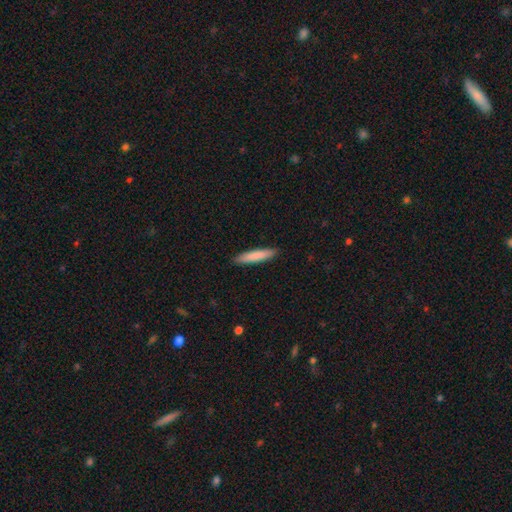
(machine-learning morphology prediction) Smooth or featured?
  - smooth: 83% *
  - featured or disk: 12%
  - star or artifact: 5%
How rounded?
  - cigar-shaped: 89% *
  - in between: 10%
  - round: 1%
Merging?
  - none: 91% *
  - minor disturbance: 7%
  - major disturbance: 1%
  - merger: 1%